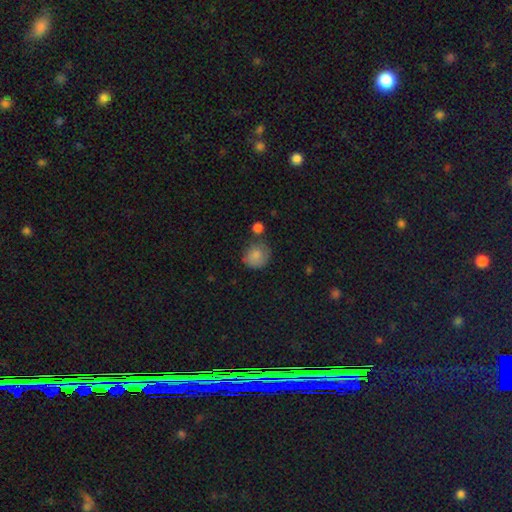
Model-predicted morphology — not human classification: Q: Smooth or featured?
A: smooth (83%); runner-up: featured or disk (9%)
Q: How rounded?
A: round (78%); runner-up: in between (21%)
Q: Merging?
A: none (60%); runner-up: minor disturbance (24%)